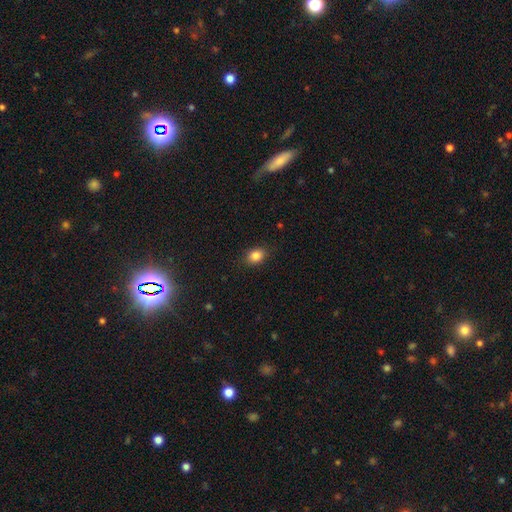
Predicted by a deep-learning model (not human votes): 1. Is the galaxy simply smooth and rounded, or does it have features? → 85% smooth, 10% star or artifact, 5% featured or disk.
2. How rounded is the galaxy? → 60% in between, 39% round, 1% cigar-shaped.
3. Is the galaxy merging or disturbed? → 87% none, 10% minor disturbance, 2% major disturbance, 1% merger.